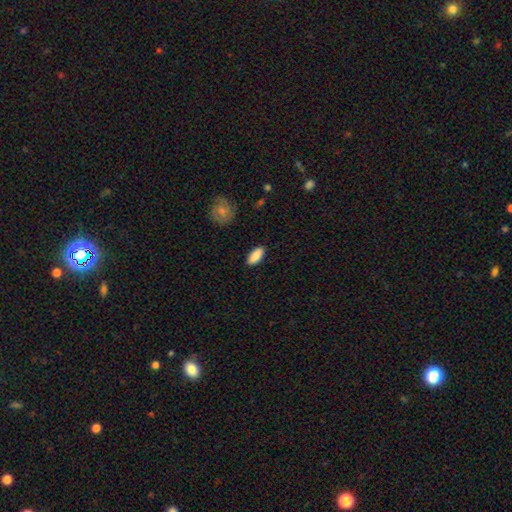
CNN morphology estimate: Q: Smooth or featured?
A: smooth (88%); runner-up: featured or disk (7%)
Q: How rounded?
A: in between (78%); runner-up: cigar-shaped (20%)
Q: Merging?
A: none (88%); runner-up: minor disturbance (9%)